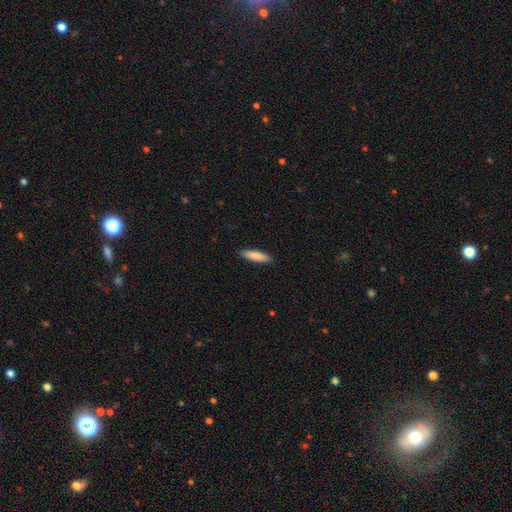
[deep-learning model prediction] Smooth or featured: smooth — 83% (featured or disk — 12%)
How rounded: cigar-shaped — 78% (in between — 21%)
Merging: none — 91% (minor disturbance — 7%)